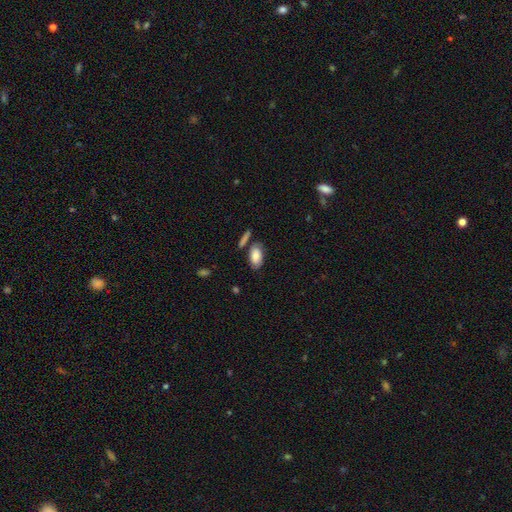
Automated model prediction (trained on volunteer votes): This is likely a smooth galaxy (75%). How rounded: clearly in between (92%). Merging: likely none (66%).